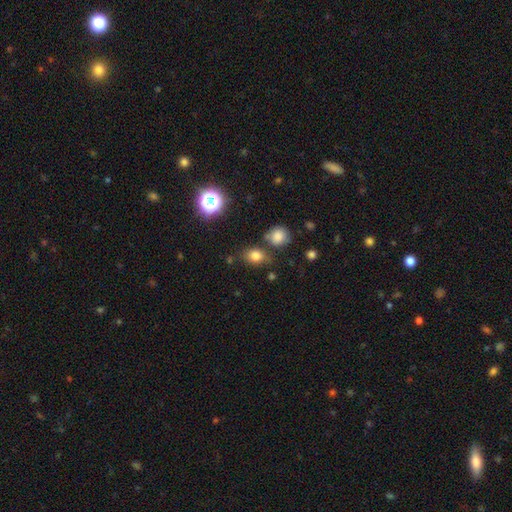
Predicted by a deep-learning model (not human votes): Smooth or featured? Predicted: smooth (p=0.78). How rounded? Predicted: in between (p=0.60). Merging? Predicted: none (p=0.70).